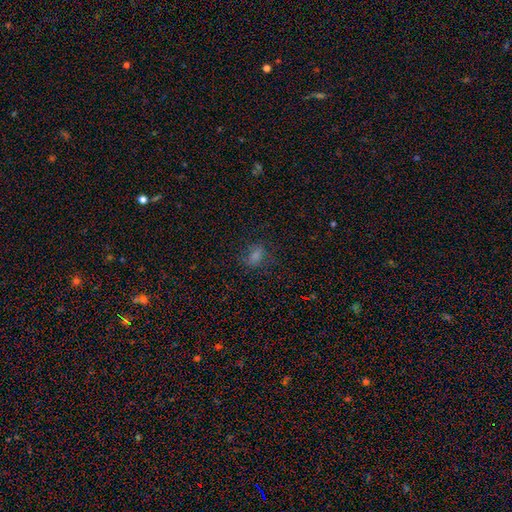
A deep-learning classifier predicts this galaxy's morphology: Smooth or featured: smooth — 61% (star or artifact — 28%)
How rounded: in between — 61% (round — 36%)
Merging: none — 75% (minor disturbance — 16%)